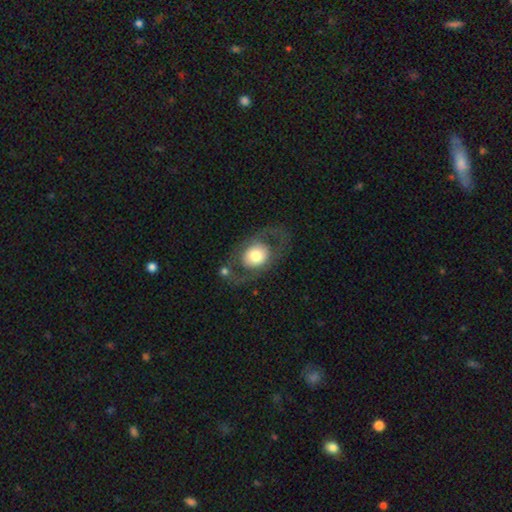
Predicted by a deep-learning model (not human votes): This appears to be a smooth galaxy with no disk features (49%). Merging: none (69%).